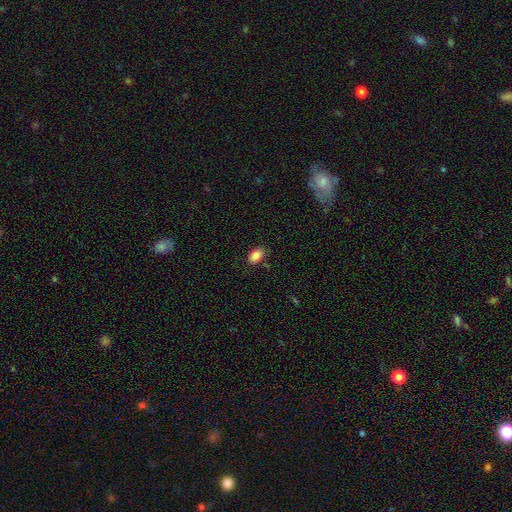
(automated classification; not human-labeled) This appears to be a smooth galaxy with no disk features (86%) that is in between round and cigar-shaped (90%). Merging: none (83%).